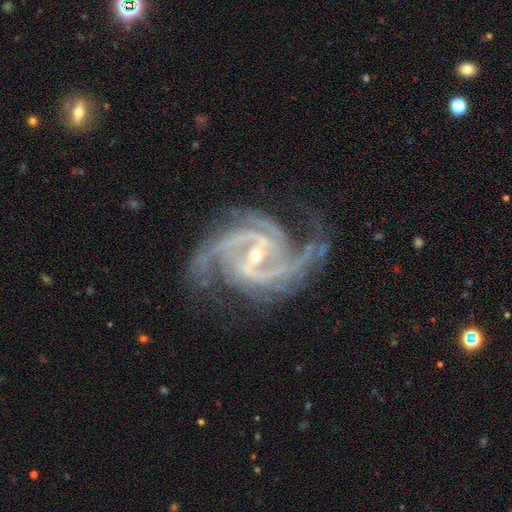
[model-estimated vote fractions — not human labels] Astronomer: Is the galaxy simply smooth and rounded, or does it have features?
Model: featured or disk — 93%.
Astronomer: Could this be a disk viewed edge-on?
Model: no — 98%.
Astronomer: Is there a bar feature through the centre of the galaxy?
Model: strong — 47% (runner-up: weak, 38%).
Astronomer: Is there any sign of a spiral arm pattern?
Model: yes — 99%.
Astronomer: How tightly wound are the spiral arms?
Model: medium — 58%.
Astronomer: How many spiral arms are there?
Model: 2 — 50%.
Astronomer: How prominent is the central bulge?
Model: small — 67%.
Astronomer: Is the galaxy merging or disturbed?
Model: none — 67%.